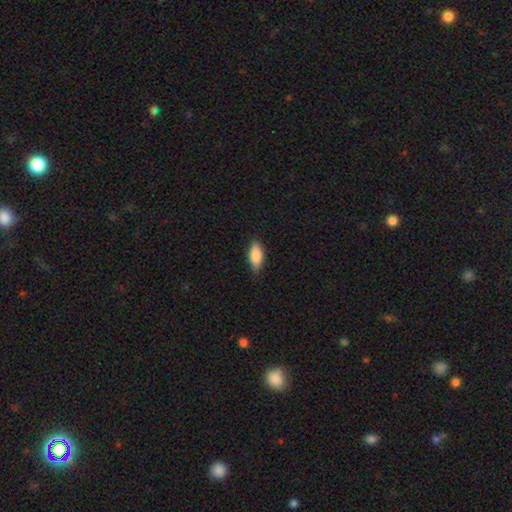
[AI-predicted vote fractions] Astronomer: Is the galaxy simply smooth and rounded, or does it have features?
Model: smooth — 87%.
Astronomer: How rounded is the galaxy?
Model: in between — 87%.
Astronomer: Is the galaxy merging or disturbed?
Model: none — 77%.